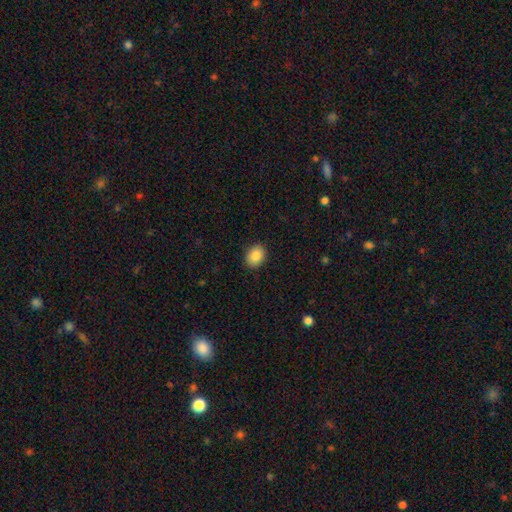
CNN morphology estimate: This appears to be a smooth galaxy with no disk features (86%) that is in between round and cigar-shaped (60%). Merging: none (89%).